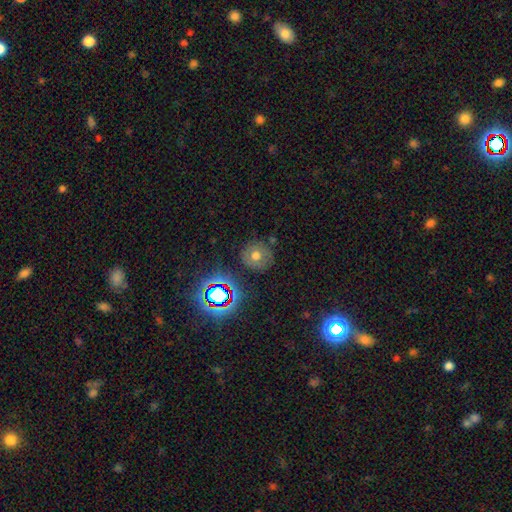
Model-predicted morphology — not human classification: Overall: smooth (53%; star or artifact 24%). How rounded: round (87%). Merging: none (79%).